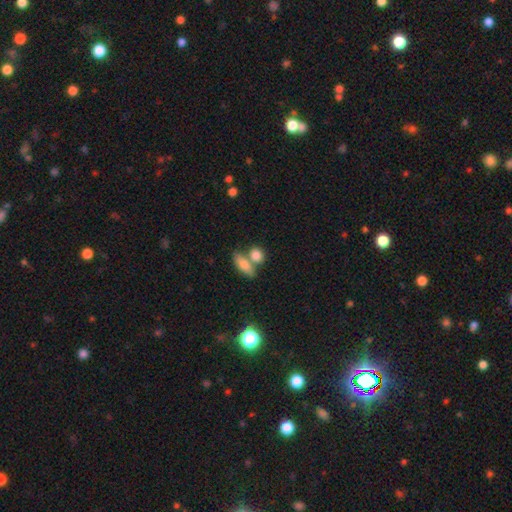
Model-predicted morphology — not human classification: Smooth or featured: smooth — 82% (featured or disk — 9%)
How rounded: in between — 57% (round — 36%)
Merging: none — 44% (merger — 42%)